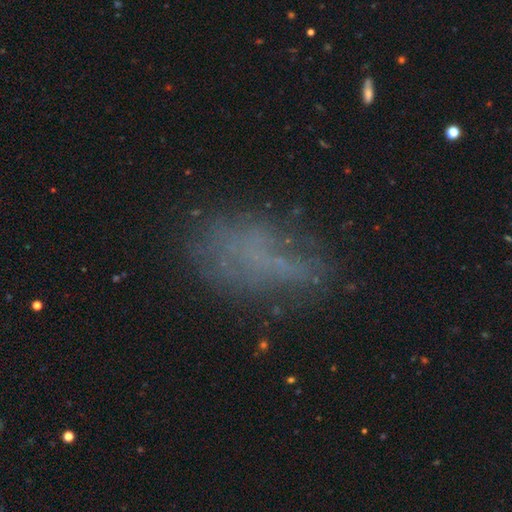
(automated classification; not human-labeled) smooth 43%, featured or disk 36%, star or artifact 21%. Down the decision tree: merging — none (52%).